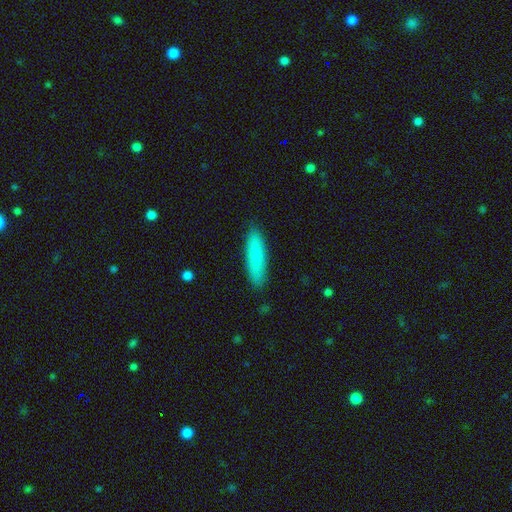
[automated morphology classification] Q: Smooth or featured?
A: smooth (84%); runner-up: featured or disk (10%)
Q: How rounded?
A: cigar-shaped (75%); runner-up: in between (24%)
Q: Merging?
A: none (88%); runner-up: minor disturbance (9%)